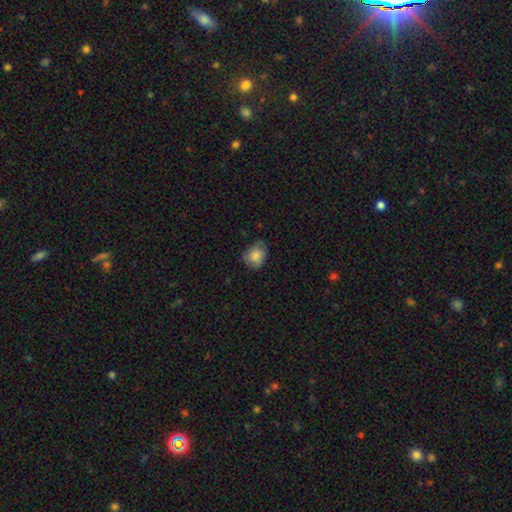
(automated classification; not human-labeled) This is clearly a smooth galaxy (85%). How rounded: possibly round (51%). Merging: likely none (63%).